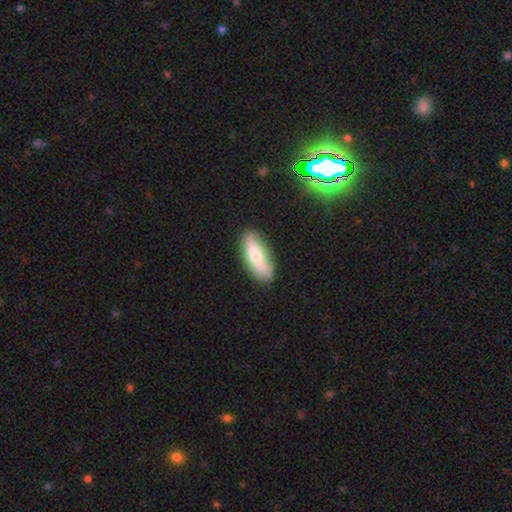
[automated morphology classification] Smooth or featured? smooth (67%)
How rounded? in between (58%)
Merging? none (85%)